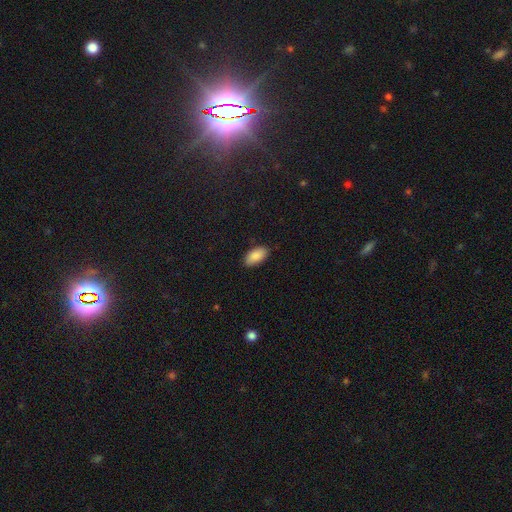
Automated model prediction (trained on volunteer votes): Morphology: type=smooth (87%); roundness=in between (93%); merging=none (86%).